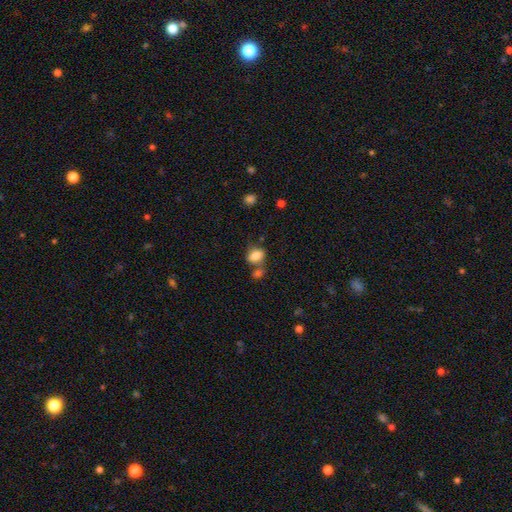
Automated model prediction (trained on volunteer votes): Morphology: type=smooth (81%); roundness=in between (70%); merging=none (47%).